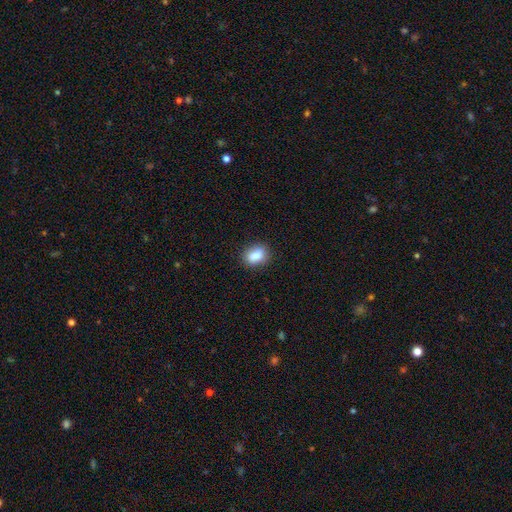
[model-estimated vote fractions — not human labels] The model was most divided on "how rounded": in between: 72%, round: 25%, cigar-shaped: 2%. More confident: smooth or featured — smooth (85%); merging — none (84%).